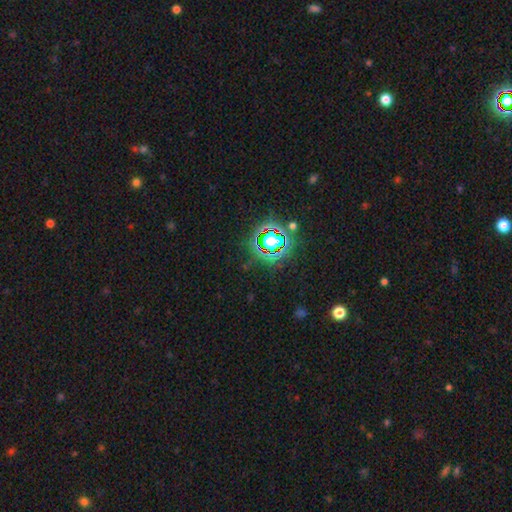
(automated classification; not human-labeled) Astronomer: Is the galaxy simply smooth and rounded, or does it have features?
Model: star or artifact — 81%.